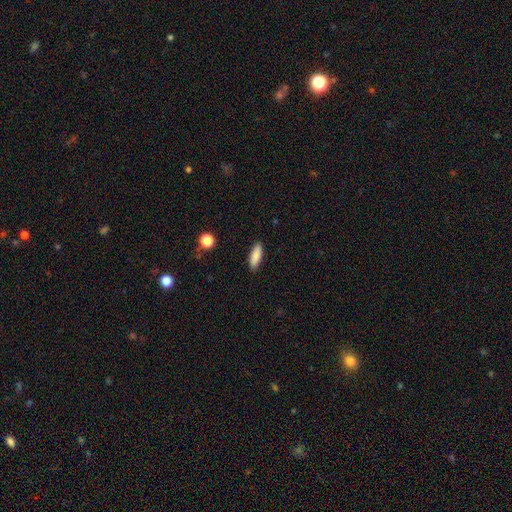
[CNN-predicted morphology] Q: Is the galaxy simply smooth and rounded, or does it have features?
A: smooth — 85%.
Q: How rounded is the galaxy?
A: in between — 58%.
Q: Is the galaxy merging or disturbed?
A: none — 88%.